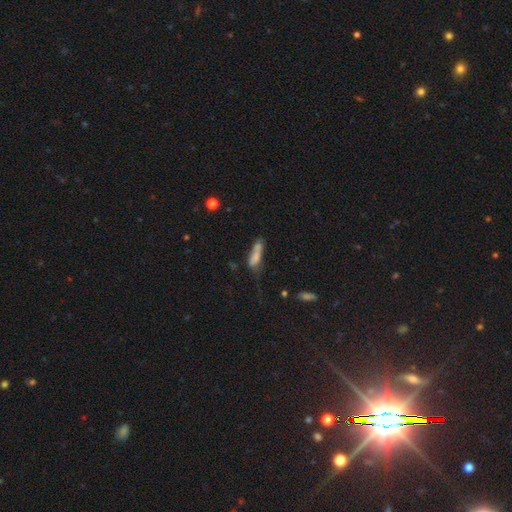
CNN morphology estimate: smooth 71%, featured or disk 19%, star or artifact 9%. Down the decision tree: how rounded — cigar-shaped (59%); merging — none (33%).